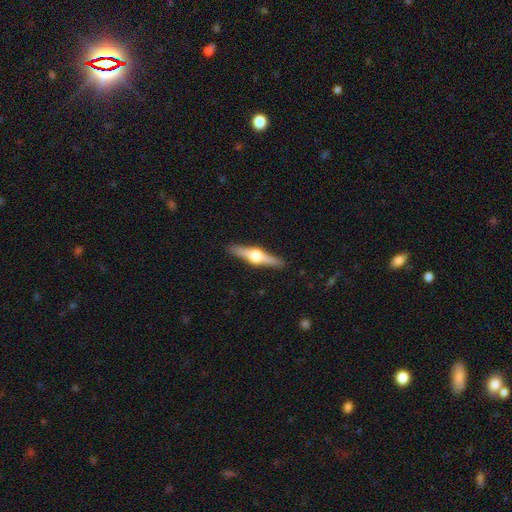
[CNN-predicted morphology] smooth-or-featured: featured or disk: 74% | smooth: 20% | star or artifact: 5%
  disk-edge-on: yes: 98% | no: 2%
    edge-on-bulge: rounded: 96% | boxy: 3% | none: 1%
  merging: none: 91% | minor disturbance: 7% | major disturbance: 1% | merger: 1%